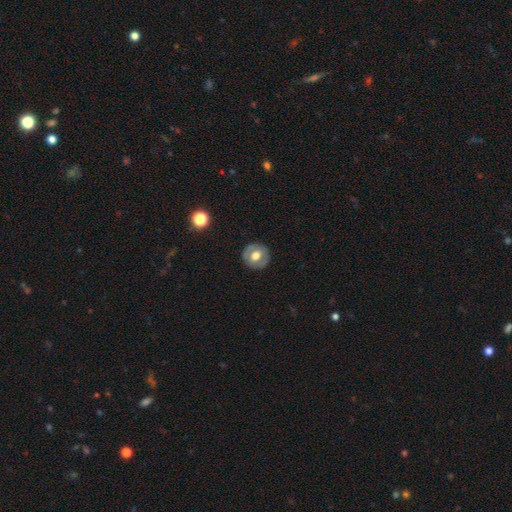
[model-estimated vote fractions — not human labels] Smooth or featured? smooth (48%)
Merging? none (86%)